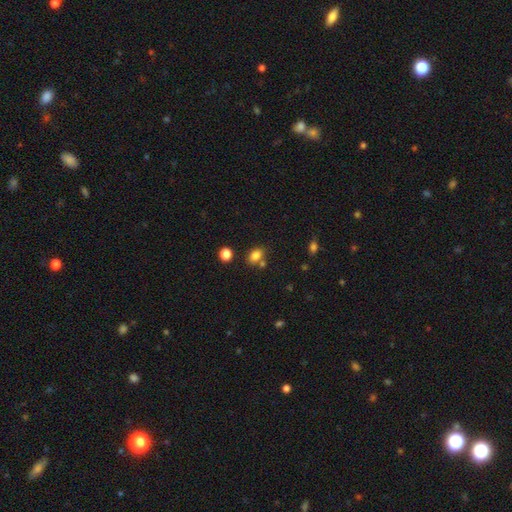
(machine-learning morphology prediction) smooth-or-featured: smooth: 82% | star or artifact: 12% | featured or disk: 6%
  how-rounded: in between: 71% | round: 28% | cigar-shaped: 1%
  merging: none: 66% | merger: 17% | minor disturbance: 13% | major disturbance: 4%